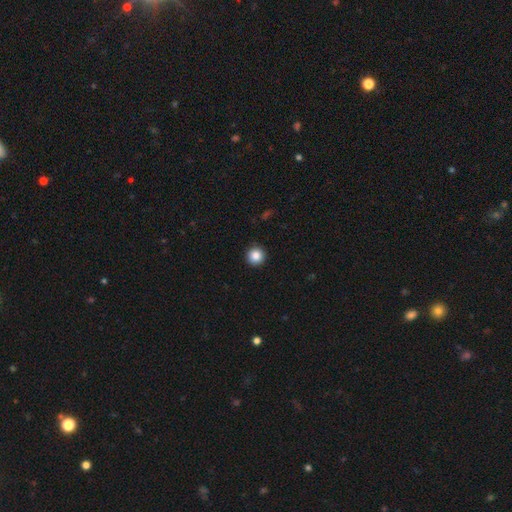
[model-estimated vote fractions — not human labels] Q: Smooth or featured?
A: smooth (86%); runner-up: star or artifact (10%)
Q: How rounded?
A: round (96%); runner-up: in between (3%)
Q: Merging?
A: none (93%); runner-up: minor disturbance (5%)